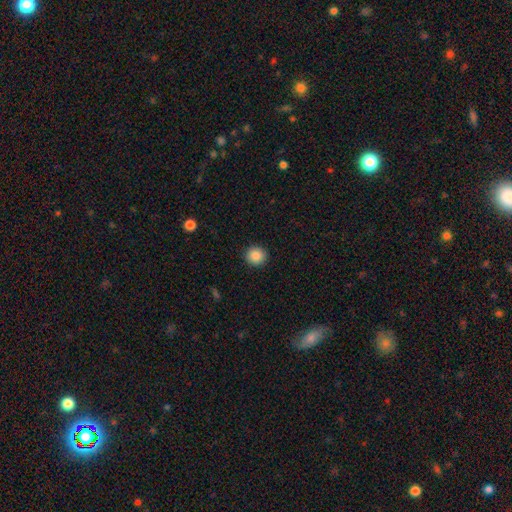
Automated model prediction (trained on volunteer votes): Q: Smooth or featured?
A: smooth (88%); runner-up: star or artifact (9%)
Q: How rounded?
A: round (90%); runner-up: in between (9%)
Q: Merging?
A: none (91%); runner-up: minor disturbance (6%)